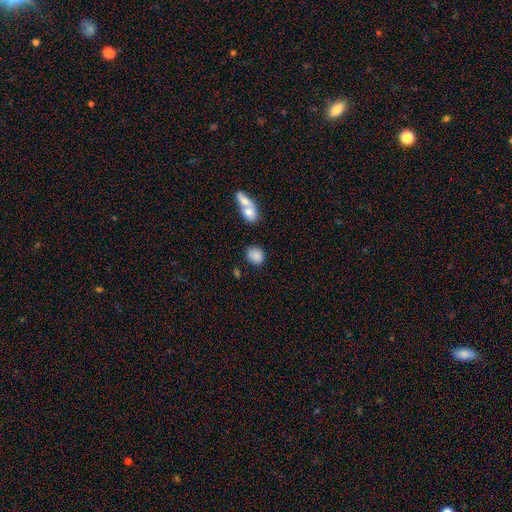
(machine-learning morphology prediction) This is clearly a smooth galaxy (84%). How rounded: possibly round (58%). Merging: likely none (73%).